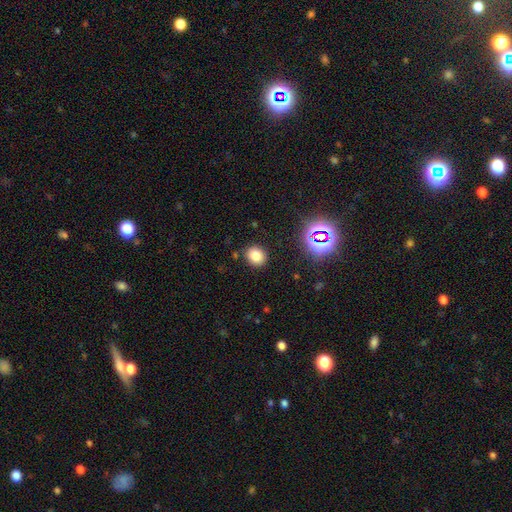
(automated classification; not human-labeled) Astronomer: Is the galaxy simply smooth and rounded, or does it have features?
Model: smooth — 79%.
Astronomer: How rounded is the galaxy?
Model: round — 75%.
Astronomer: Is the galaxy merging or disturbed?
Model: none — 88%.